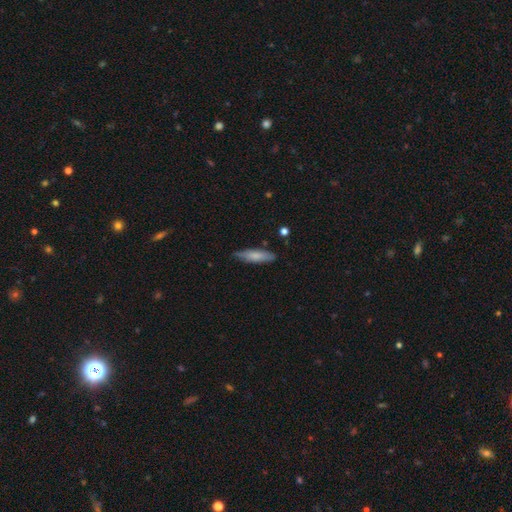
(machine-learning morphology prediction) smooth-or-featured: smooth: 73% | featured or disk: 21% | star or artifact: 6%
  how-rounded: cigar-shaped: 66% | in between: 32% | round: 2%
  merging: none: 77% | minor disturbance: 18% | major disturbance: 3% | merger: 2%